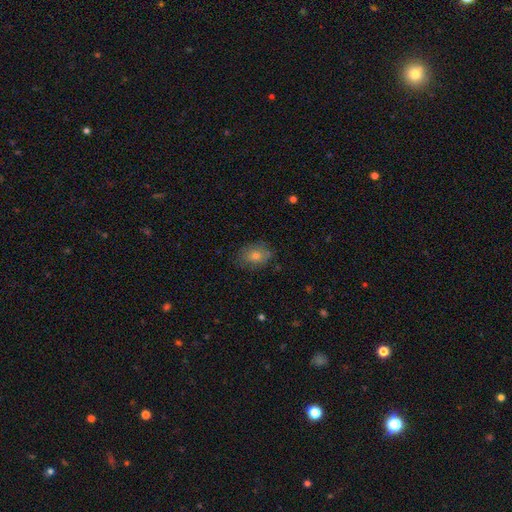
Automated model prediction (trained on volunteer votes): A smooth galaxy with no disk features (67%) that is in between round and cigar-shaped (66%). Merging: none (79%).